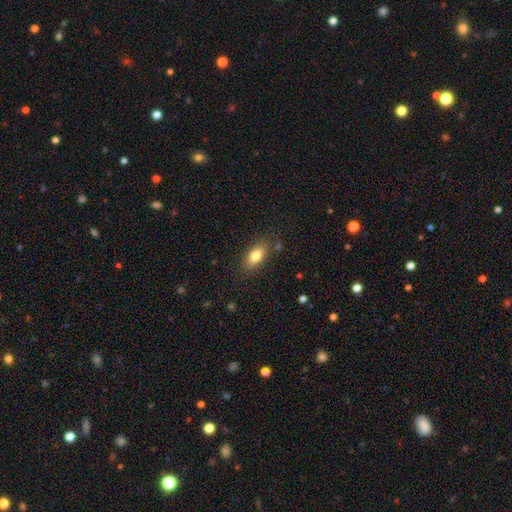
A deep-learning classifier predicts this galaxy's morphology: Smooth or featured?
  - smooth: 80% *
  - featured or disk: 12%
  - star or artifact: 8%
How rounded?
  - in between: 85% *
  - cigar-shaped: 9%
  - round: 6%
Merging?
  - none: 82% *
  - minor disturbance: 12%
  - major disturbance: 3%
  - merger: 2%